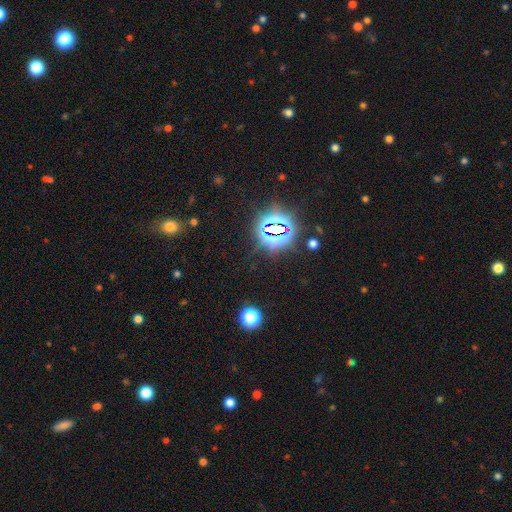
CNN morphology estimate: smooth_or_featured: star or artifact (p=0.82) [alt: smooth p=0.11]